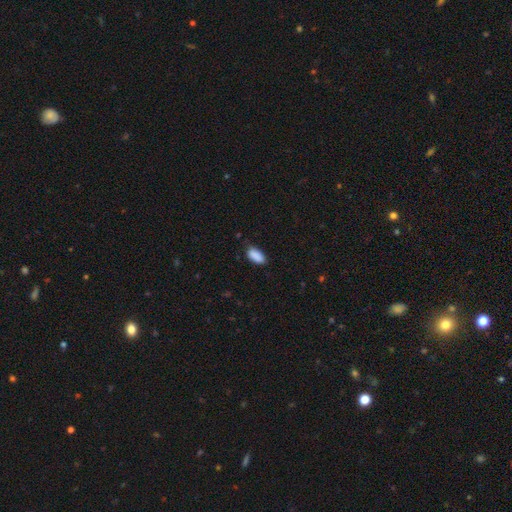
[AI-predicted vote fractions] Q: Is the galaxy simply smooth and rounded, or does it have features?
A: smooth — 89%.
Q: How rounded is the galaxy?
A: in between — 91%.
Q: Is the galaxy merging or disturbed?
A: none — 78%.